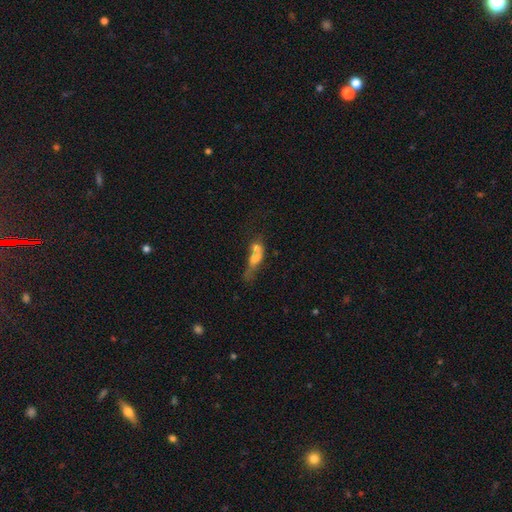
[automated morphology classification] The model was most divided on "smooth or featured": smooth: 54%, featured or disk: 34%, star or artifact: 12%. More confident: merging — merger (63%); how rounded — in between (57%).